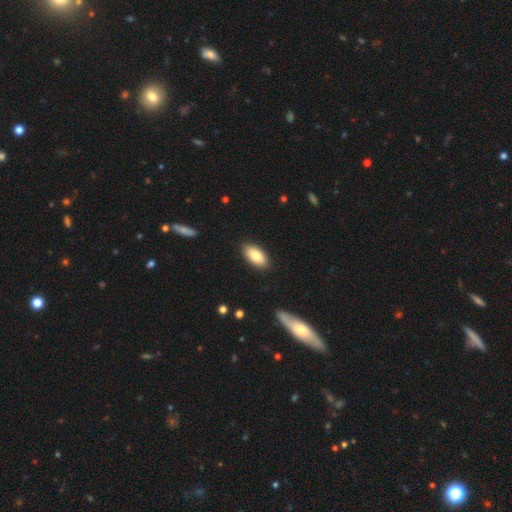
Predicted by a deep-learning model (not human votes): smooth-or-featured: smooth: 82% | featured or disk: 12% | star or artifact: 6%
  how-rounded: in between: 92% | cigar-shaped: 5% | round: 3%
  merging: none: 88% | minor disturbance: 9% | major disturbance: 2% | merger: 1%